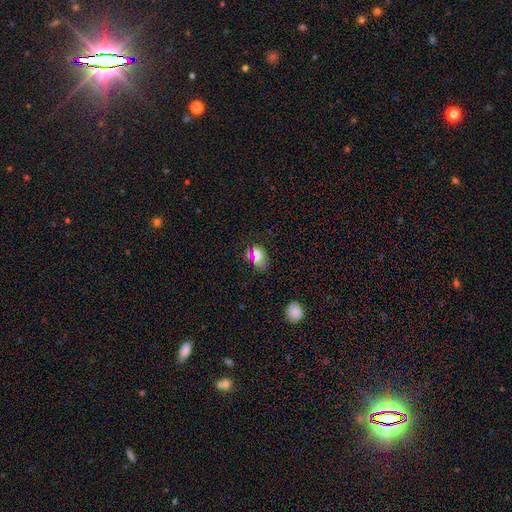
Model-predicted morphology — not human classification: This is likely a smooth galaxy (70%). How rounded: likely in between (76%). Merging: likely none (73%).